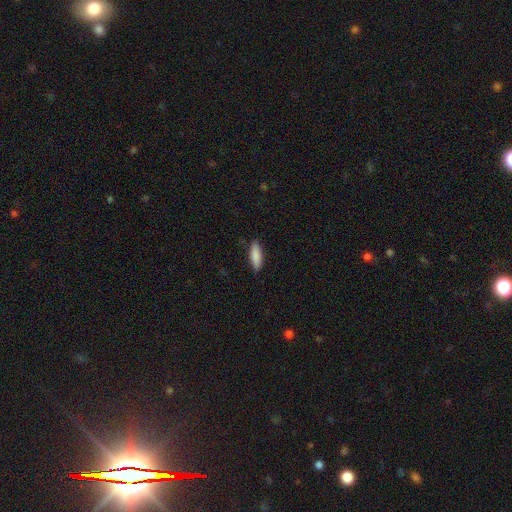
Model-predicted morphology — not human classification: Smooth or featured?
  - smooth: 87% *
  - featured or disk: 7%
  - star or artifact: 6%
How rounded?
  - in between: 49% * (tied)
  - cigar-shaped: 49% * (tied)
  - round: 2%
Merging?
  - none: 87% *
  - minor disturbance: 10%
  - major disturbance: 2%
  - merger: 1%